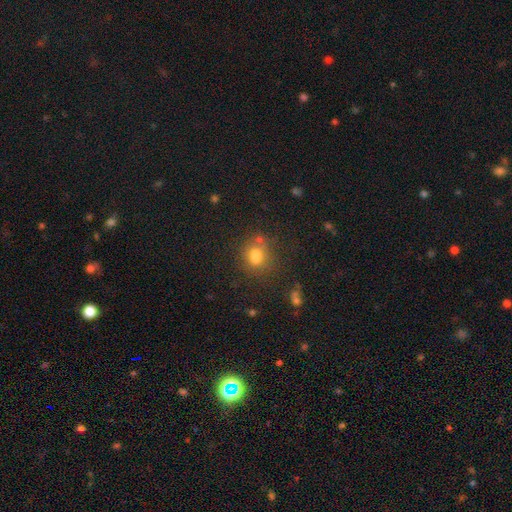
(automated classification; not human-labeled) This is likely a smooth galaxy (67%). How rounded: likely round (60%). Merging: possibly none (48%).